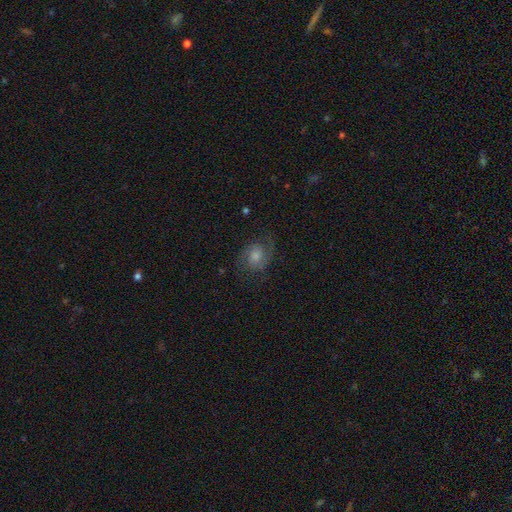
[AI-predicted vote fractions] A featured or disk galaxy (72%) with no bar (64%), 2 (88%) medium (52%) spiral arms (95%) and a moderate central bulge (50%). Merging: none (75%).